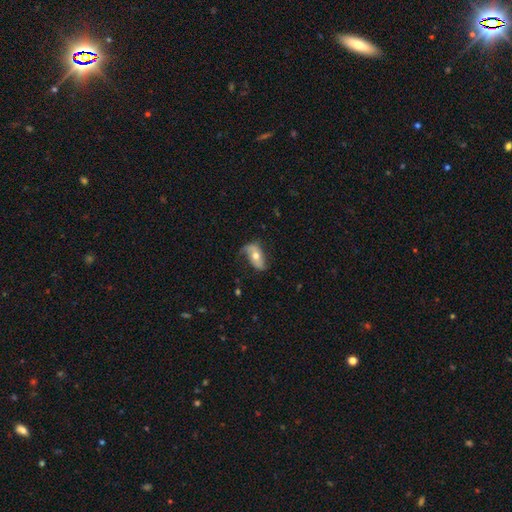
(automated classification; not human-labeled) A featured or disk galaxy (53%). Merging: none (54%).